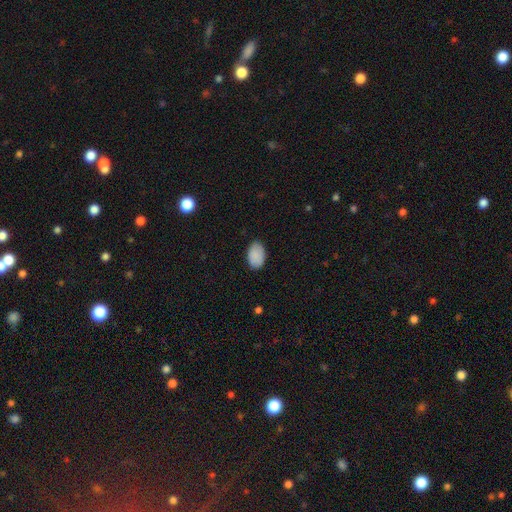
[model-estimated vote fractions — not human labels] Q: Smooth or featured?
A: smooth (88%); runner-up: star or artifact (7%)
Q: How rounded?
A: in between (91%); runner-up: round (8%)
Q: Merging?
A: none (85%); runner-up: minor disturbance (12%)